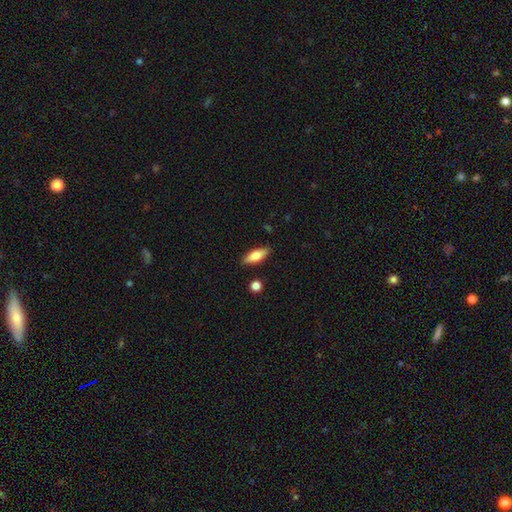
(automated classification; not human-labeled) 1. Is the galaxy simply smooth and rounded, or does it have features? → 69% smooth, 25% featured or disk, 7% star or artifact.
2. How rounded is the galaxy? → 62% in between, 35% cigar-shaped, 3% round.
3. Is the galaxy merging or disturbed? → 86% none, 10% minor disturbance, 2% merger, 2% major disturbance.